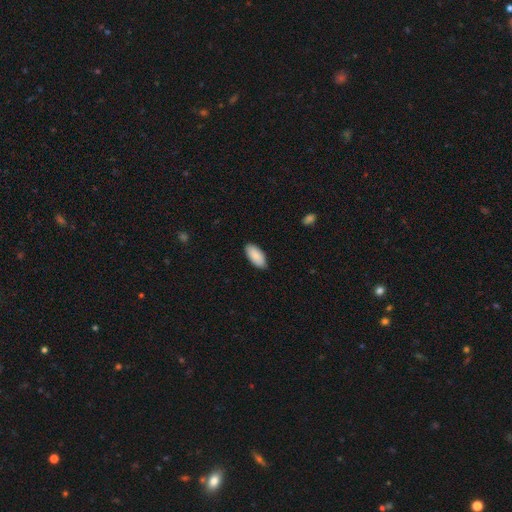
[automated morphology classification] A smooth galaxy with no disk features (89%) that is in between round and cigar-shaped (92%).

Vote fractions:
- Smooth or featured? smooth: 89% / featured or disk: 6% / star or artifact: 6%
- How rounded? in between: 92% / cigar-shaped: 6% / round: 2%
- Merging? none: 87% / minor disturbance: 10% / major disturbance: 2% / merger: 1%